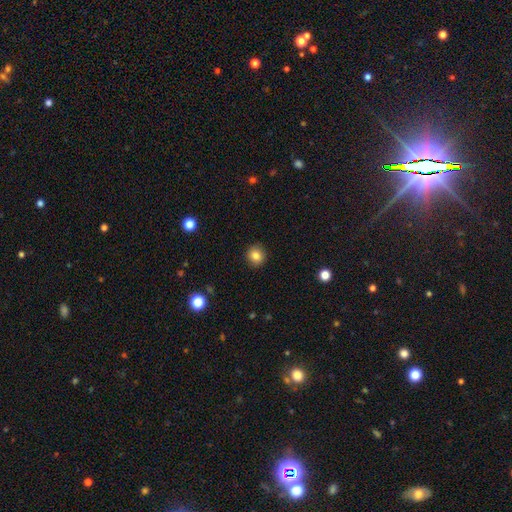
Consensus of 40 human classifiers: A smooth galaxy with no disk features (90%) that is round (94%).

Vote fractions:
- Smooth or featured? smooth: 90% / featured or disk: 5% / star or artifact: 5%
- How rounded? round: 94% / in between: 6% / cigar-shaped: 0%
- Merging? none: 95% / minor disturbance: 5% / major disturbance: 0% / merger: 0%